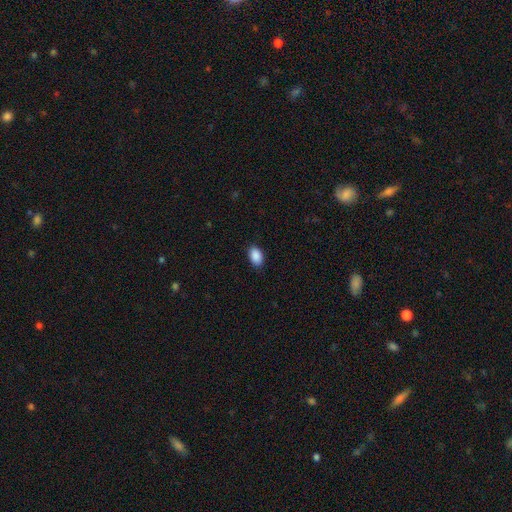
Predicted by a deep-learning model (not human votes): A smooth galaxy with no disk features (90%) that is in between round and cigar-shaped (90%). Merging: none (88%).